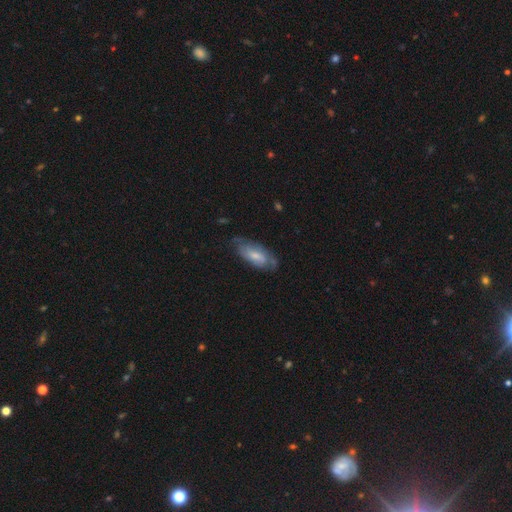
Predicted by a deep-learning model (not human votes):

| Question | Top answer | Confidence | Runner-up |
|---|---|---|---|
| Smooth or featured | featured or disk | 48% | smooth (46%) |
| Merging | none | 59% | minor disturbance (28%) |